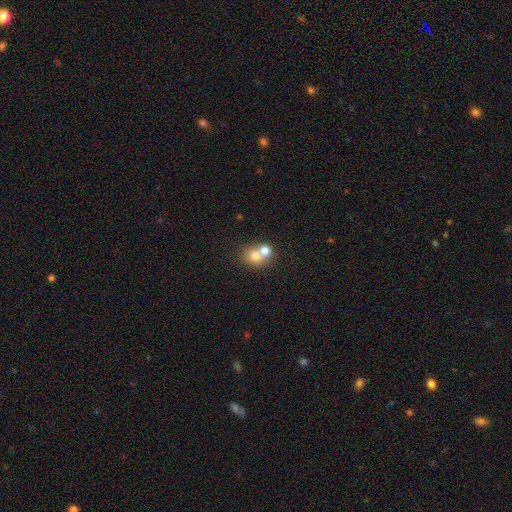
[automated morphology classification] Smooth or featured? Predicted: smooth (p=0.72). How rounded? Predicted: round (p=0.71). Merging? Predicted: merger (p=0.49).